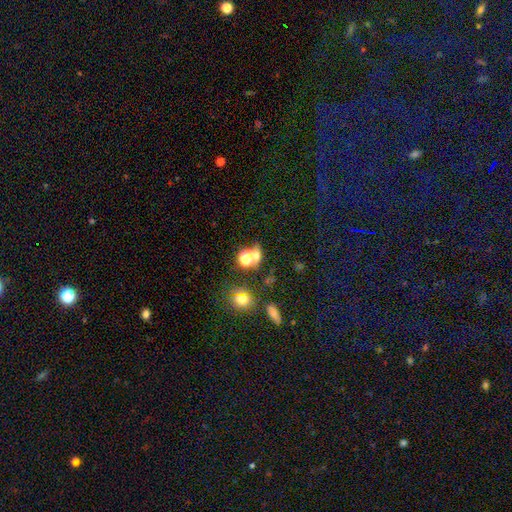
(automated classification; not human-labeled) smooth_or_featured: smooth (p=0.56) [alt: star or artifact p=0.28]
how_rounded: round (p=0.58) [alt: in between p=0.39]
merging: merger (p=0.46) [alt: none p=0.34]